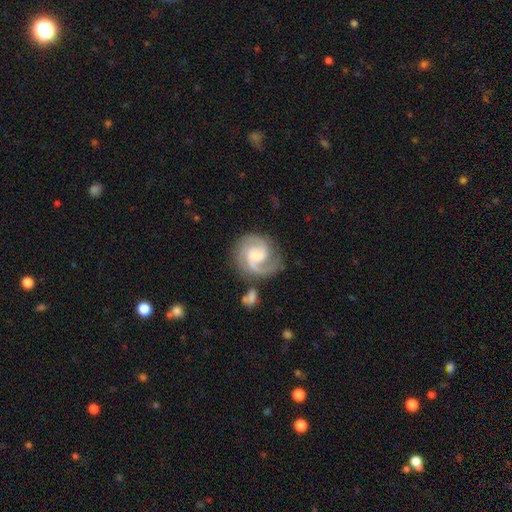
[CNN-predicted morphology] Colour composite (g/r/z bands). It shows a featured or disk galaxy (88%) with a weak bar (47%), 2 (74%) medium (53%) spiral arms (98%) and a small central bulge (47%). Merging: none (66%).